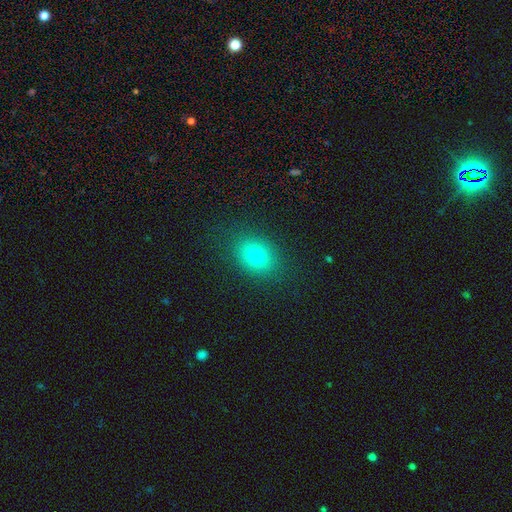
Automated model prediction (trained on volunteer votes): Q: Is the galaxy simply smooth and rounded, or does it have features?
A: smooth — 77%.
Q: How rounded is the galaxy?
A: in between — 64%.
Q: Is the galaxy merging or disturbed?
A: none — 85%.